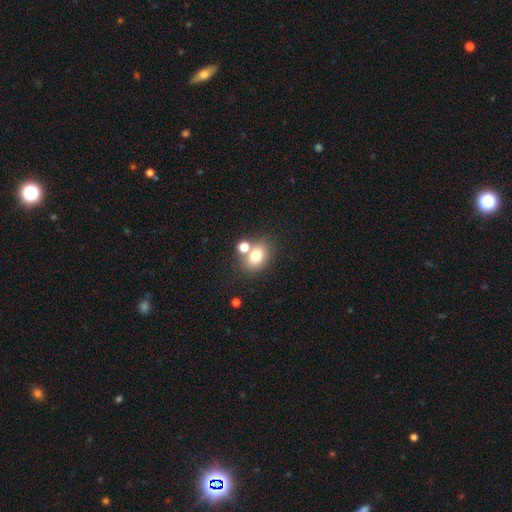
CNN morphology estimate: Overall: smooth (76%). How rounded: in between (61%; round 38%). Merging: none (60%; merger 26%).